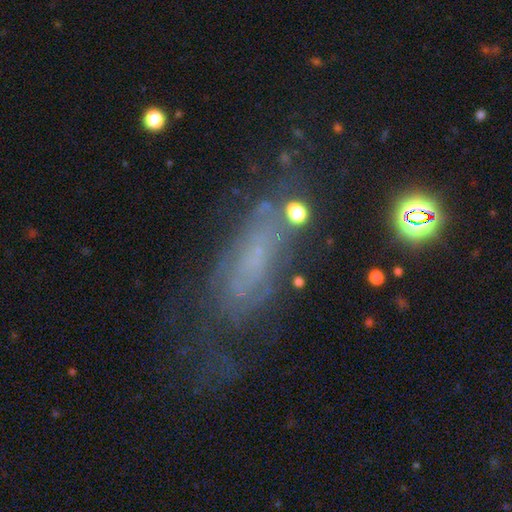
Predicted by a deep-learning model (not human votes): Q: Smooth or featured?
A: featured or disk (52%); runner-up: smooth (32%)
Q: Edge-on disk?
A: no (84%); runner-up: yes (16%)
Q: Merging?
A: none (49%); runner-up: minor disturbance (24%)